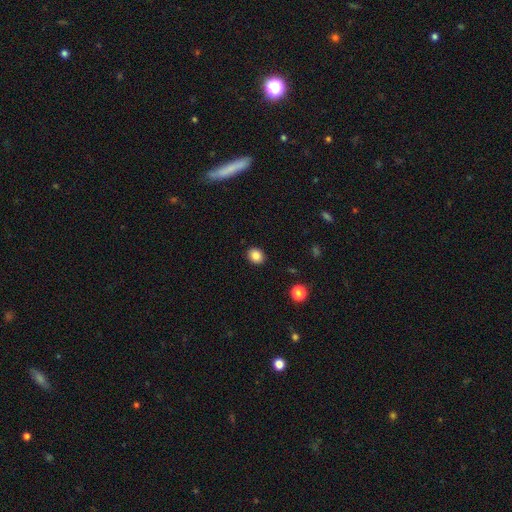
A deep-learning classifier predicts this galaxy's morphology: Smooth or featured: smooth — 85% (star or artifact — 10%)
How rounded: round — 65% (in between — 34%)
Merging: none — 91% (minor disturbance — 6%)